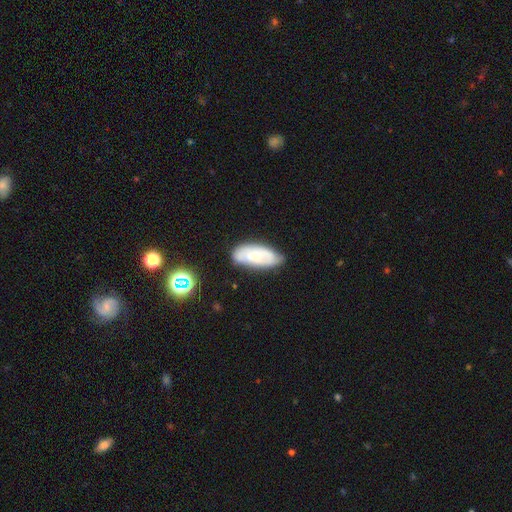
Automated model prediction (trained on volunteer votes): smooth_or_featured: smooth (p=0.47) [alt: featured or disk p=0.45]
merging: none (p=0.64) [alt: minor disturbance p=0.26]